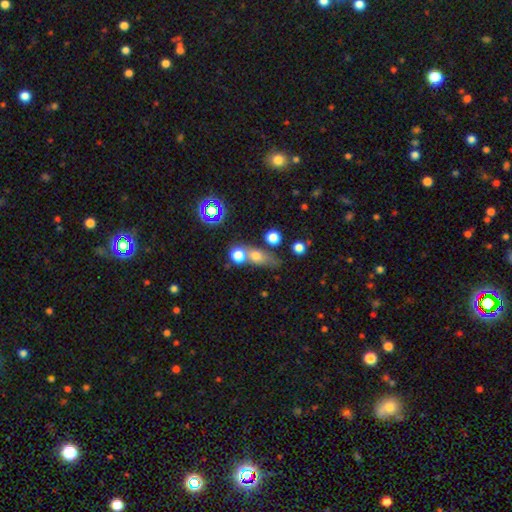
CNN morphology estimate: This appears to be a smooth galaxy with no disk features (66%) that is round (43%). Merging: merger (41%).